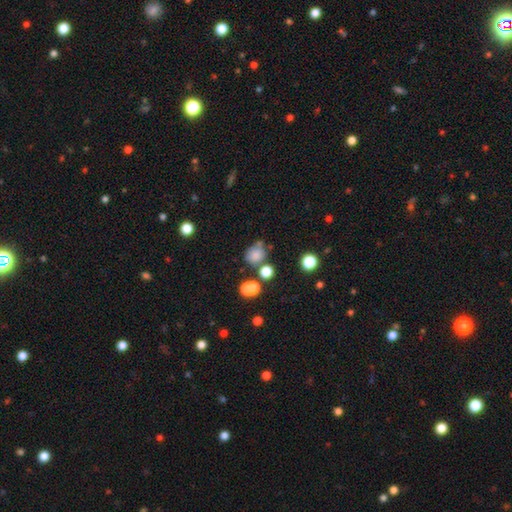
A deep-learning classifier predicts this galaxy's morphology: smooth-or-featured: smooth: 75% | star or artifact: 15% | featured or disk: 10%
  how-rounded: round: 66% | in between: 33% | cigar-shaped: 1%
  merging: none: 55% | merger: 20% | minor disturbance: 18% | major disturbance: 7%